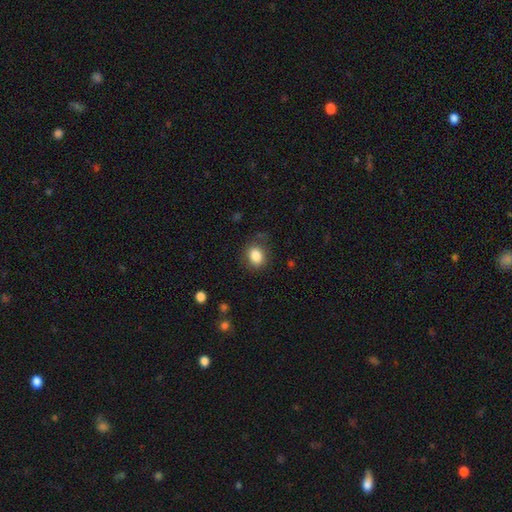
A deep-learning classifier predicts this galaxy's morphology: This is clearly a smooth galaxy (85%). How rounded: possibly round (51%). Merging: clearly none (80%).